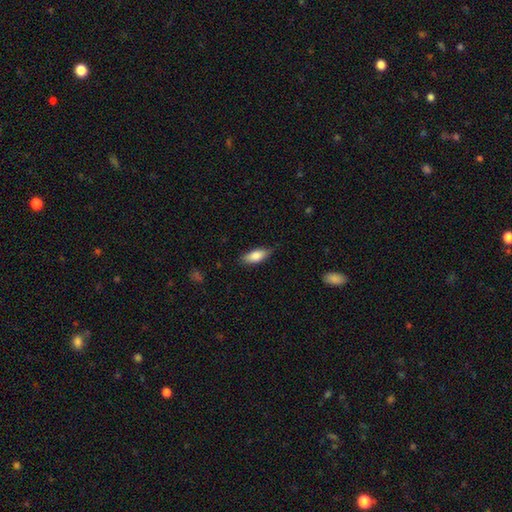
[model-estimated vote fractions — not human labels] The model was most divided on "how rounded": in between: 78%, cigar-shaped: 20%, round: 3%. More confident: smooth or featured — smooth (81%); merging — none (81%).